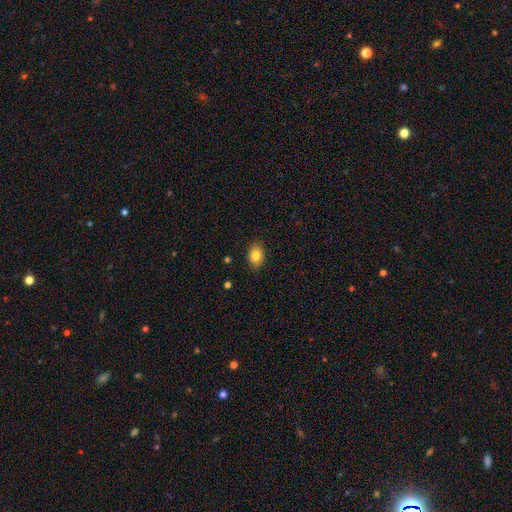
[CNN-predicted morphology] A smooth galaxy with no disk features (84%) that is in between round and cigar-shaped (72%). Merging: none (87%).